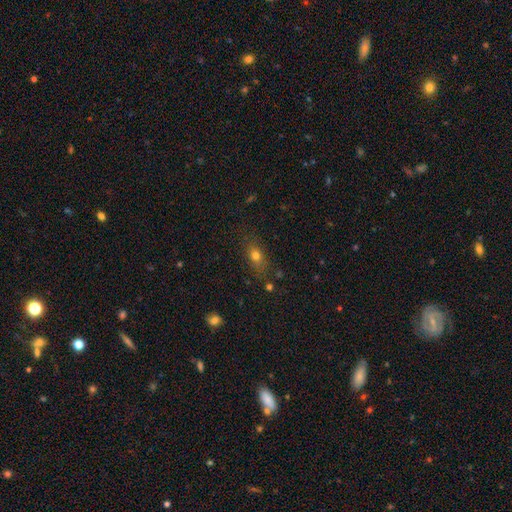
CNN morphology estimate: Q: Smooth or featured?
A: smooth (72%); runner-up: star or artifact (14%)
Q: How rounded?
A: in between (67%); runner-up: round (24%)
Q: Merging?
A: none (76%); runner-up: minor disturbance (16%)